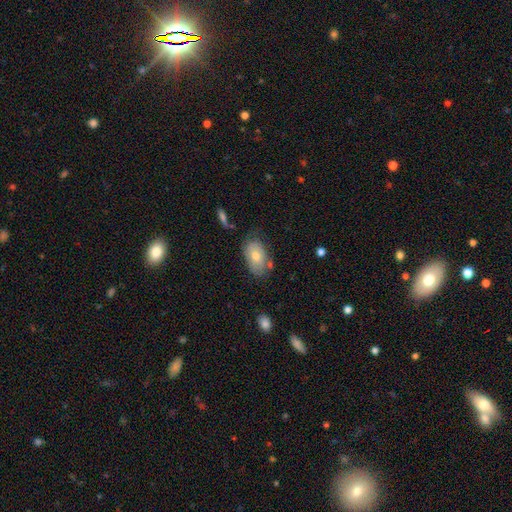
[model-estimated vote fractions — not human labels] Smooth or featured: smooth — 68% (featured or disk — 23%)
How rounded: in between — 89% (round — 10%)
Merging: none — 69% (minor disturbance — 21%)